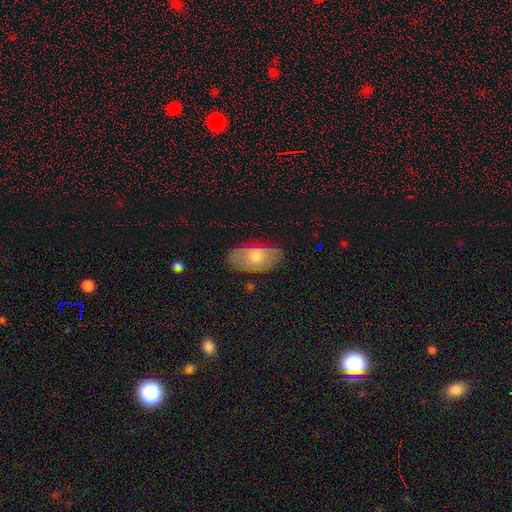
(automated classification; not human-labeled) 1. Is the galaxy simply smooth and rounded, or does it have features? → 60% smooth, 32% featured or disk, 8% star or artifact.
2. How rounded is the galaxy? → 93% in between, 5% round, 3% cigar-shaped.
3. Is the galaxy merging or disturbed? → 81% none, 15% minor disturbance, 3% major disturbance, 1% merger.